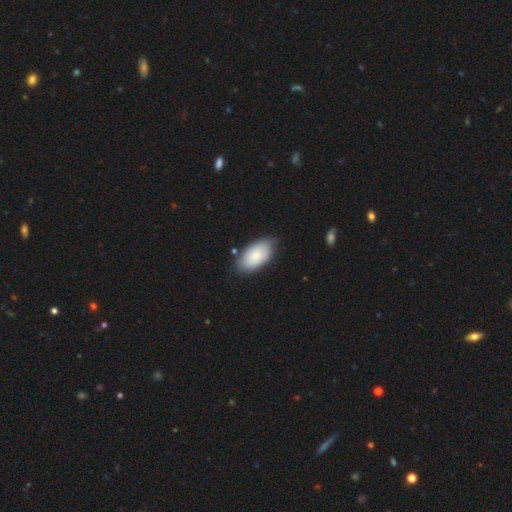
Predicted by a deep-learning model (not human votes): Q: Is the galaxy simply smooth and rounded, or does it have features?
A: smooth — 79%.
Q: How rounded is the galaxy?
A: in between — 95%.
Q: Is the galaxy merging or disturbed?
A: none — 74%.